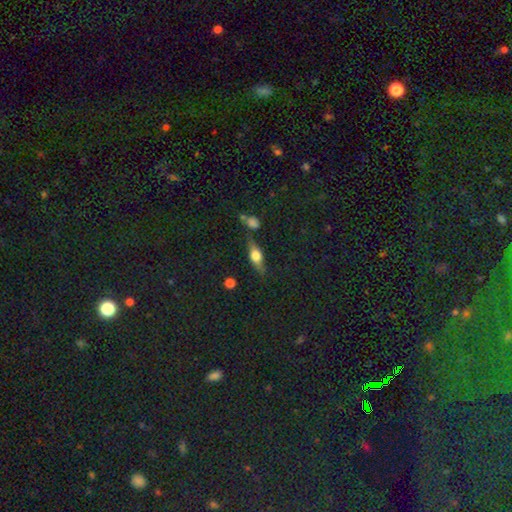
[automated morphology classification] smooth_or_featured: featured or disk (p=0.46) [alt: smooth p=0.43]
merging: none (p=0.73) [alt: minor disturbance p=0.15]